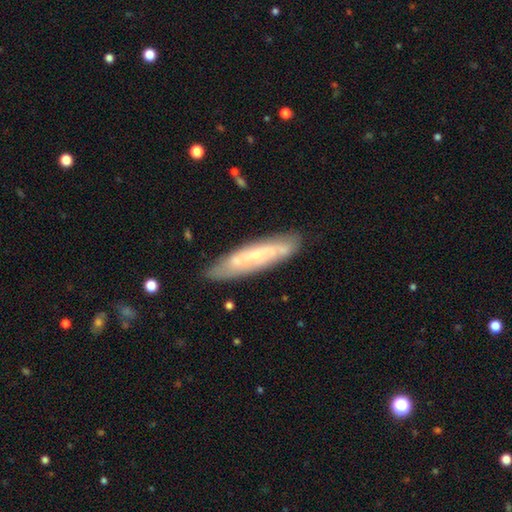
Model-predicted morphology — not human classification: Smooth or featured: featured or disk — 57% (smooth — 36%)
Edge-on disk: no — 57% (yes — 43%)
Merging: none — 79% (minor disturbance — 15%)